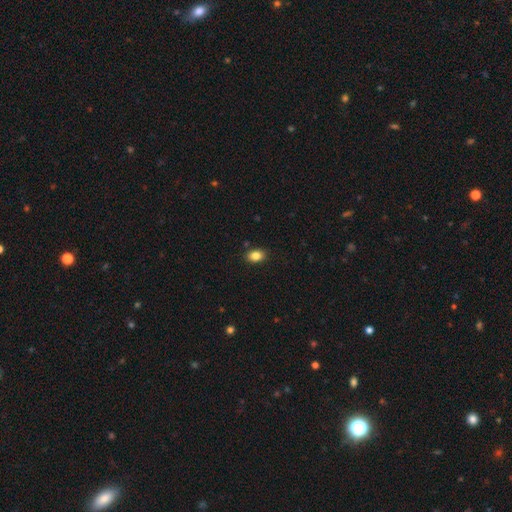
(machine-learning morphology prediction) smooth_or_featured: smooth (p=0.85) [alt: star or artifact p=0.09]
how_rounded: in between (p=0.74) [alt: round p=0.24]
merging: none (p=0.87) [alt: minor disturbance p=0.09]